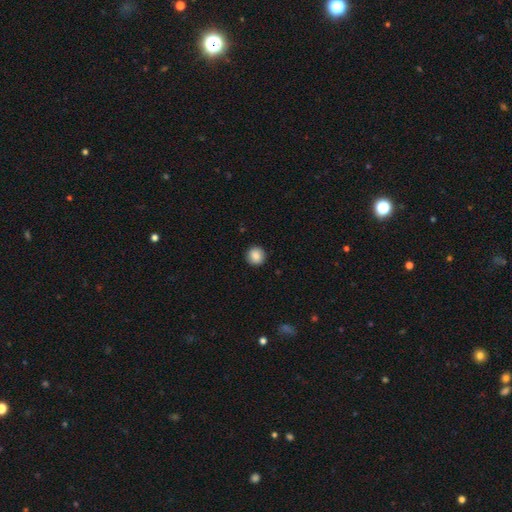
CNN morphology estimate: Smooth or featured: smooth — 88% (star or artifact — 8%)
How rounded: round — 94% (in between — 5%)
Merging: none — 92% (minor disturbance — 6%)